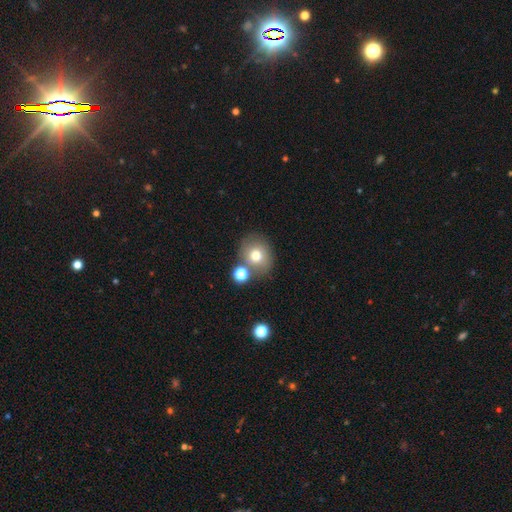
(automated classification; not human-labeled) Overall: smooth (72%). How rounded: round (72%). Merging: none (65%).